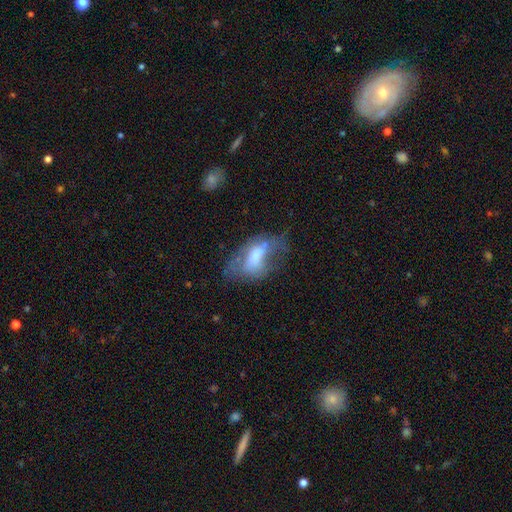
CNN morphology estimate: smooth-or-featured: featured or disk: 46% | smooth: 45% | star or artifact: 10%
  merging: major disturbance: 34% | none: 33% | minor disturbance: 27% | merger: 6%